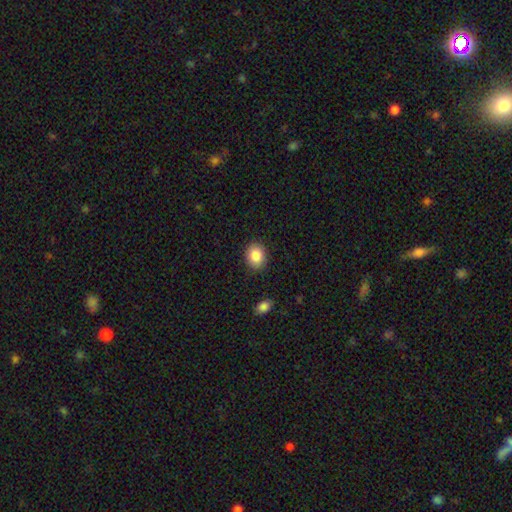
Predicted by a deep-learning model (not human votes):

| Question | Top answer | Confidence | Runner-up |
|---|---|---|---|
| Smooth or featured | smooth | 87% | star or artifact (8%) |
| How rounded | in between | 50% | tied: round (50%) |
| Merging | none | 89% | minor disturbance (8%) |